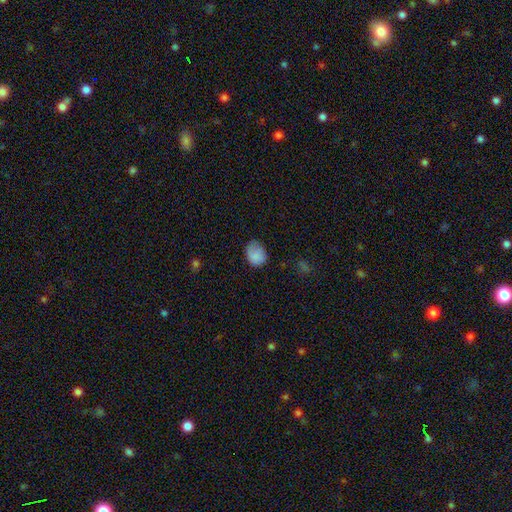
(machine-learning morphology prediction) A smooth galaxy with no disk features (85%) that is round (51%). Merging: none (59%).